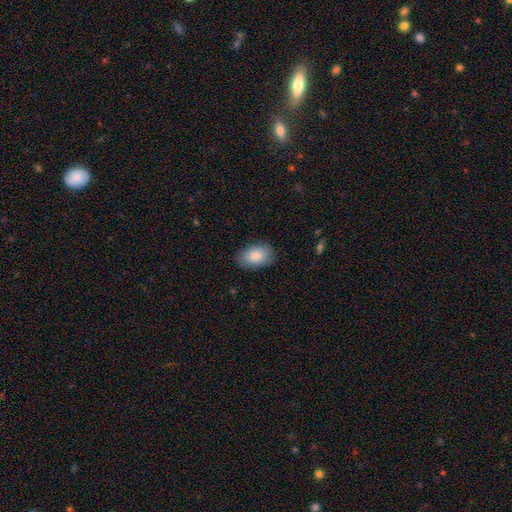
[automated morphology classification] type=smooth (85%); roundness=in between (91%); merging=none (85%).